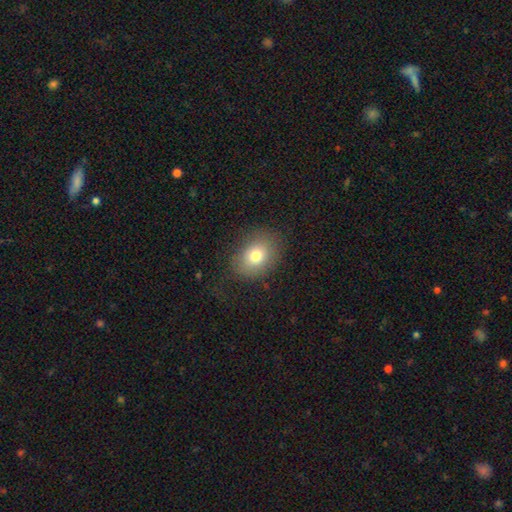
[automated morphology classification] Overall: smooth (77%). How rounded: in between (64%; round 36%). Merging: none (77%).